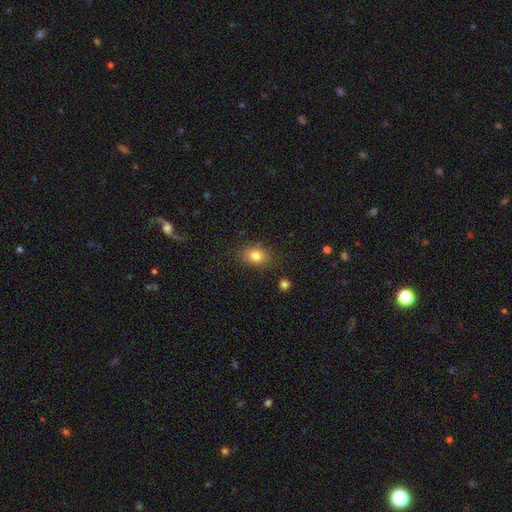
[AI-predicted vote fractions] Overall: smooth (81%). How rounded: in between (69%). Merging: none (82%).